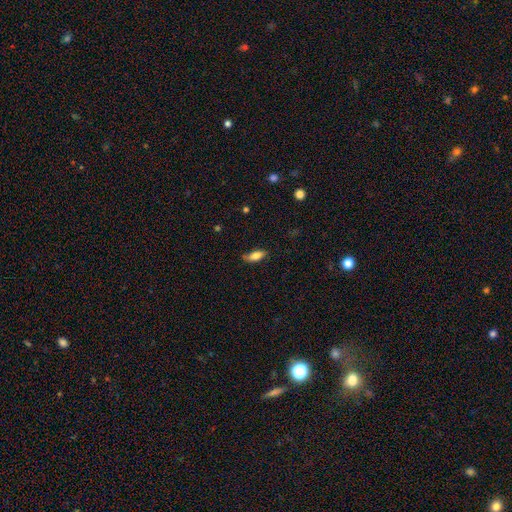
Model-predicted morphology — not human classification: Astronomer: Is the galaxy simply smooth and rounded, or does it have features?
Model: smooth — 77%.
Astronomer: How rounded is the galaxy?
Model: in between — 79%.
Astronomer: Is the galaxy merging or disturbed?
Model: none — 72%.